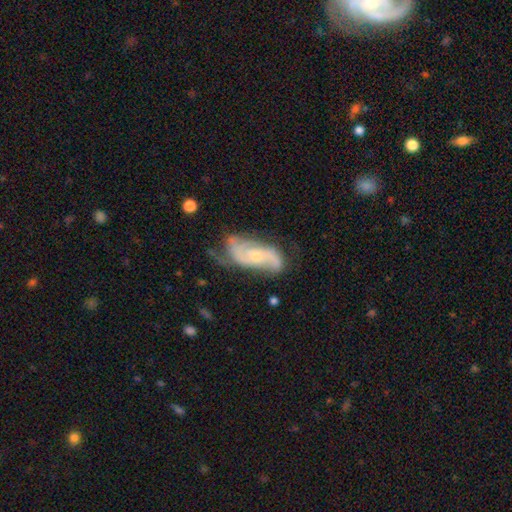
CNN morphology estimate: featured or disk 79%, smooth 15%, star or artifact 6%. Down the decision tree: edge-on disk — no (94%); bar — no (63%); spiral arms — yes (93%); spiral arm count — 2 (62%); spiral winding — medium (44%); bulge size — small (57%); merging — none (57%).